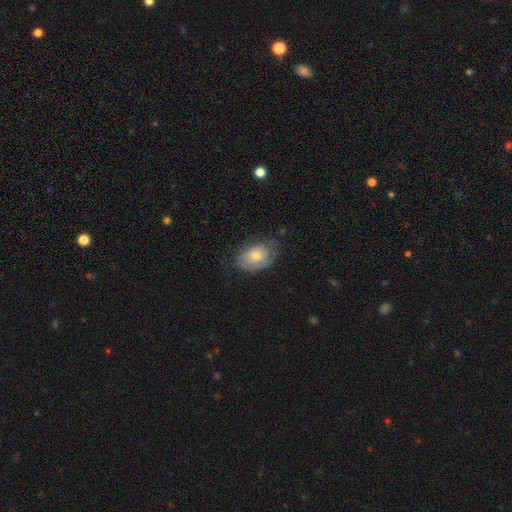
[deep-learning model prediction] A smooth galaxy with no disk features (64%) that is in between round and cigar-shaped (85%).

Vote fractions:
- Smooth or featured? smooth: 64% / featured or disk: 29% / star or artifact: 7%
- How rounded? in between: 85% / round: 14% / cigar-shaped: 1%
- Merging? none: 55% / minor disturbance: 32% / major disturbance: 11% / merger: 1%